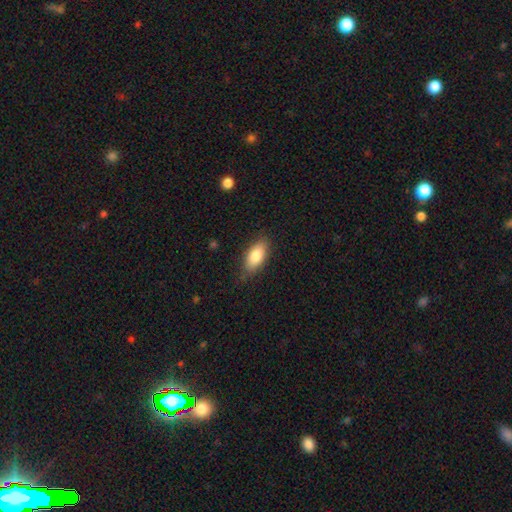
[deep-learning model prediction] Smooth or featured? smooth (81%)
How rounded? in between (85%)
Merging? none (82%)